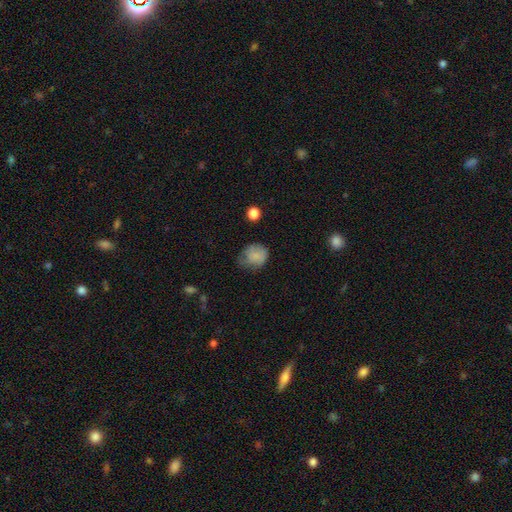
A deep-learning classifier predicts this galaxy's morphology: Smooth or featured?
  - smooth: 80% *
  - featured or disk: 11%
  - star or artifact: 9%
How rounded?
  - round: 67% *
  - in between: 32%
  - cigar-shaped: 1%
Merging?
  - none: 48% *
  - minor disturbance: 37%
  - major disturbance: 13%
  - merger: 2%